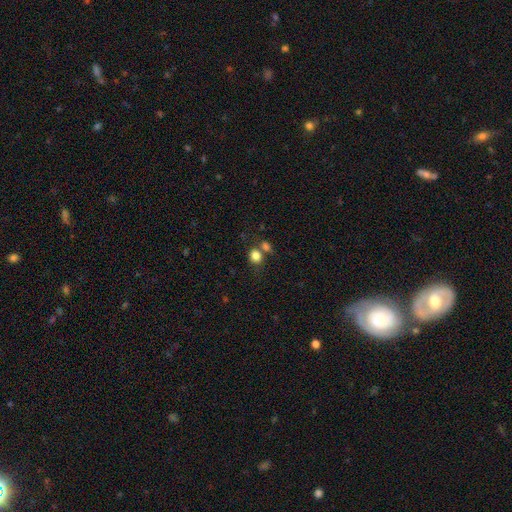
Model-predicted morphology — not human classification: This appears to be a smooth galaxy with no disk features (82%) that is round (61%). Merging: none (53%).